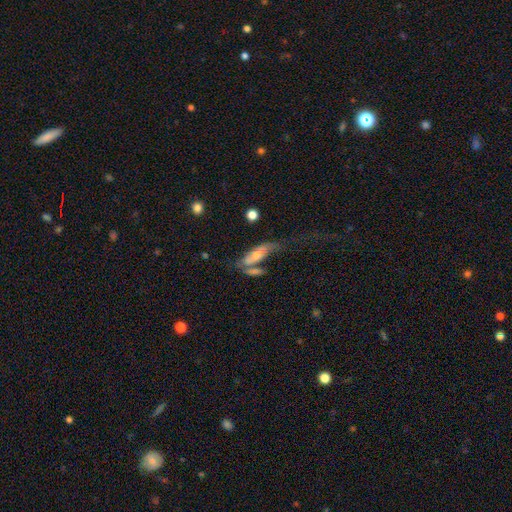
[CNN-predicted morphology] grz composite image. It shows a smooth galaxy with no disk features (57%) that is in between round and cigar-shaped (59%). Merging: merger (35%).